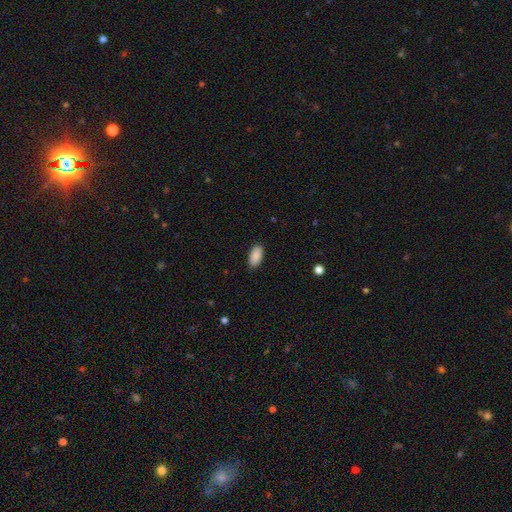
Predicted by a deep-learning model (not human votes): Smooth or featured? smooth (90%)
How rounded? in between (93%)
Merging? none (88%)